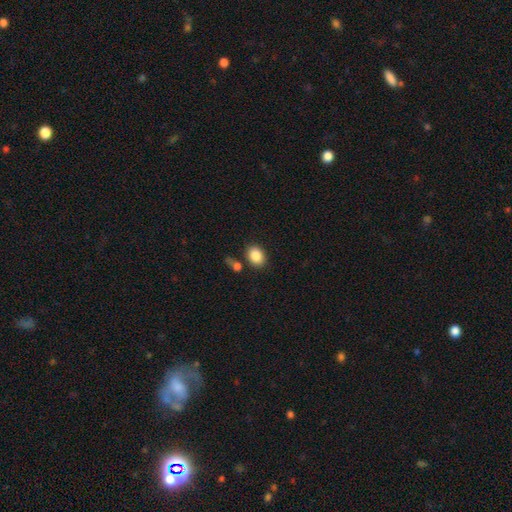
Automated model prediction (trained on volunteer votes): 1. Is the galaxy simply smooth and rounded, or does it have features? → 86% smooth, 8% star or artifact, 6% featured or disk.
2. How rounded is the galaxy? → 62% in between, 37% round, 1% cigar-shaped.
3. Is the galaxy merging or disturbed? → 78% none, 11% minor disturbance, 7% merger, 3% major disturbance.